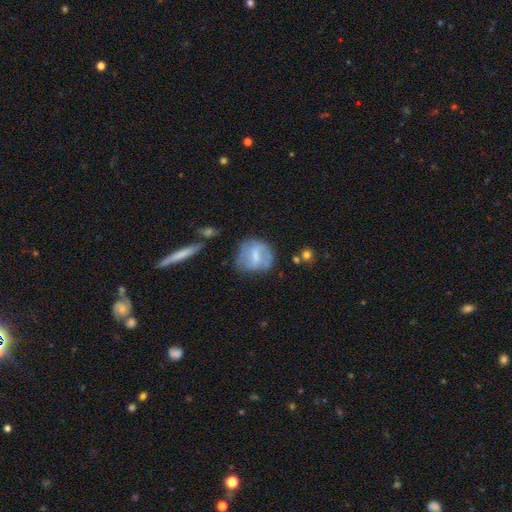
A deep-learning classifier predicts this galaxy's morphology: type=featured or disk (48%); merging=none (58%).